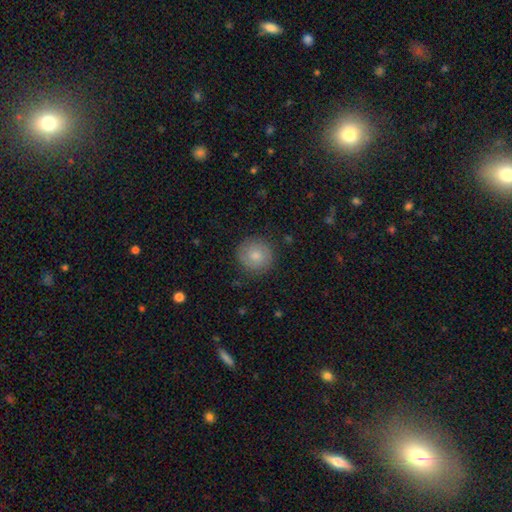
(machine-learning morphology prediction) A smooth galaxy with no disk features (64%) that is round (92%). Merging: none (85%).